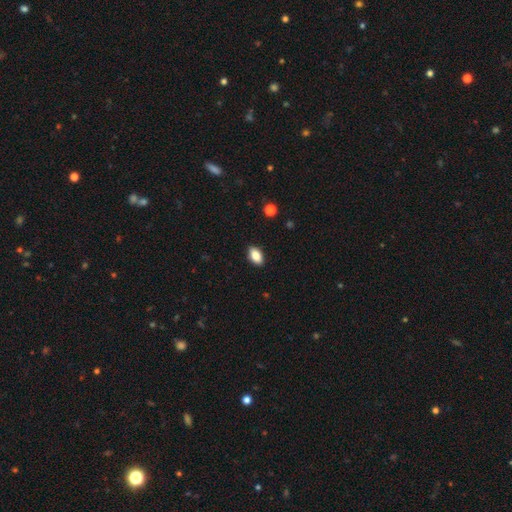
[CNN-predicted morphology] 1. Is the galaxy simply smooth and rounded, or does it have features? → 86% smooth, 8% star or artifact, 6% featured or disk.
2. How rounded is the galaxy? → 92% in between, 5% round, 3% cigar-shaped.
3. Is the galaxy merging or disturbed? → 89% none, 8% minor disturbance, 2% major disturbance, 1% merger.